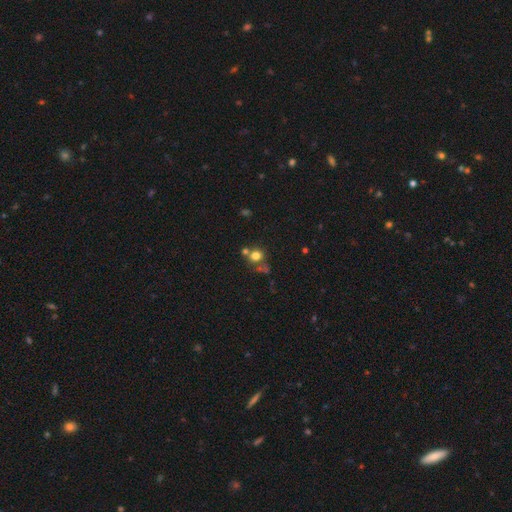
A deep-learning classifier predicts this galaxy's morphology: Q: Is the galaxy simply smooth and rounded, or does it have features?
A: smooth — 72%.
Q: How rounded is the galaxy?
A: round — 81%.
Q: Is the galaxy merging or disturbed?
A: none — 54%.